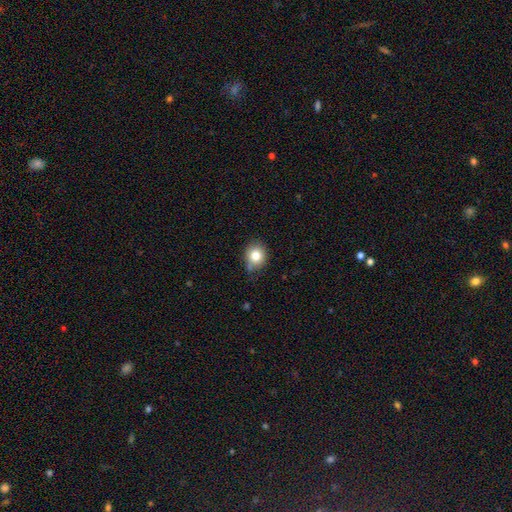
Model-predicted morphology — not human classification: Smooth or featured? smooth (80%)
How rounded? round (77%)
Merging? none (71%)